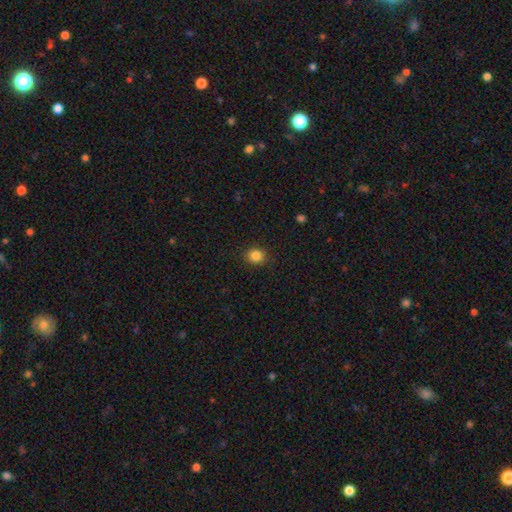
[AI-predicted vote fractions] Q: Smooth or featured?
A: smooth (85%); runner-up: star or artifact (11%)
Q: How rounded?
A: round (74%); runner-up: in between (25%)
Q: Merging?
A: none (90%); runner-up: minor disturbance (7%)